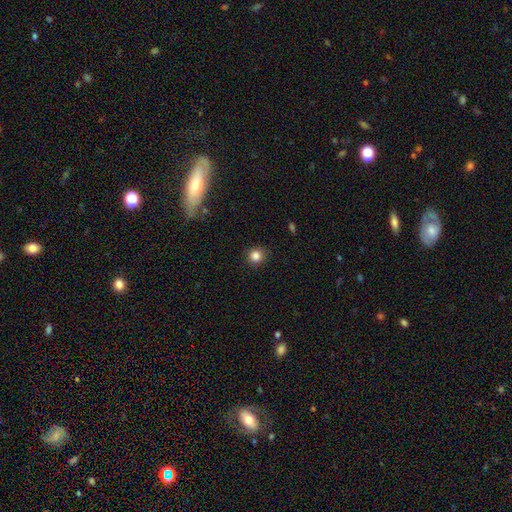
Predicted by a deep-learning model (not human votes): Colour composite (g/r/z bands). It shows a smooth galaxy with no disk features (84%) that is round (92%). Merging: none (90%).